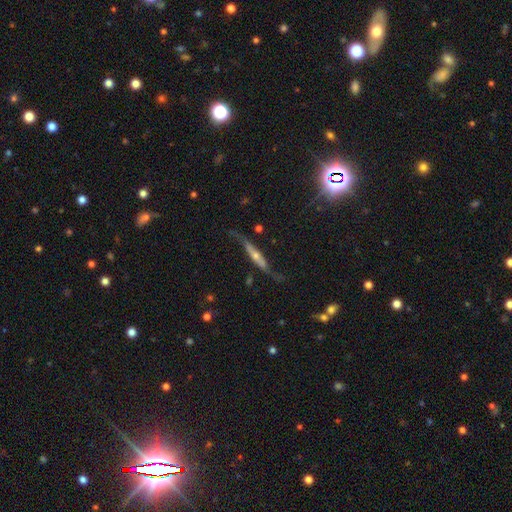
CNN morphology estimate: Overall: featured or disk (75%). Edge-on disk: yes (70%; no 30%). Edge-on bulge: rounded (70%). Merging: none (63%).